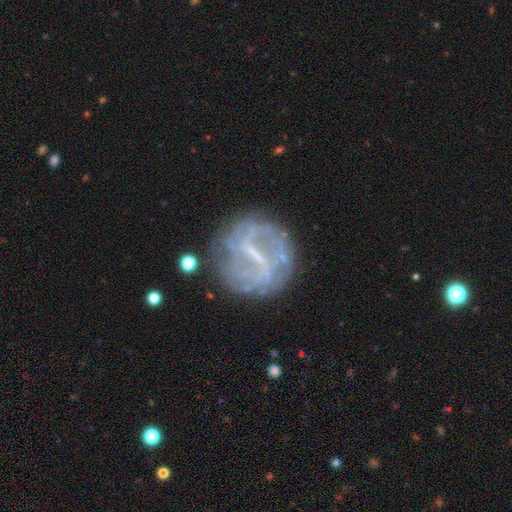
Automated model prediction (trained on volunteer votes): Smooth or featured: featured or disk — 77% (smooth — 14%)
Edge-on disk: no — 96% (yes — 4%)
Bar: strong — 48% (weak — 39%)
Spiral arms: yes — 69% (no — 31%)
Spiral winding: tight — 36% (medium — 34%)
Spiral arm count: 2 — 39% (tied with can't tell — 39%)
Bulge size: small — 53% (none — 32%)
Merging: none — 74% (minor disturbance — 15%)